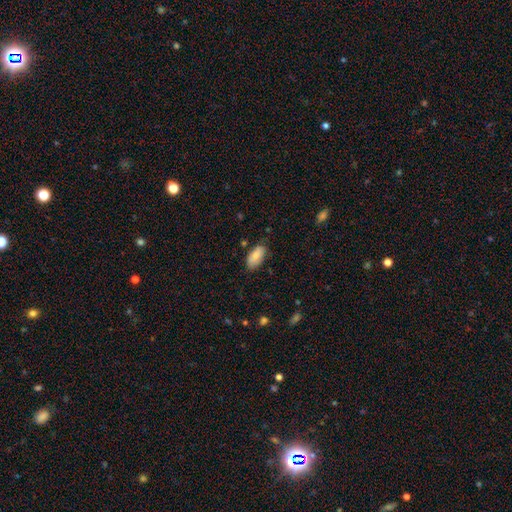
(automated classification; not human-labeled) smooth 84%, featured or disk 9%, star or artifact 7%. Down the decision tree: how rounded — in between (93%); merging — none (74%).